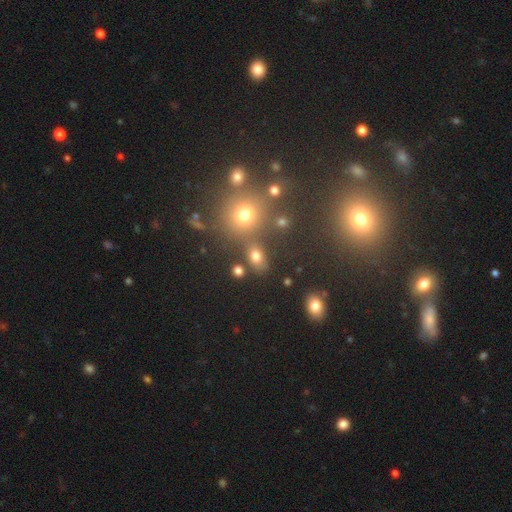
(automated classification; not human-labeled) smooth 54%, star or artifact 37%, featured or disk 9%. Down the decision tree: how rounded — round (85%); merging — none (78%).